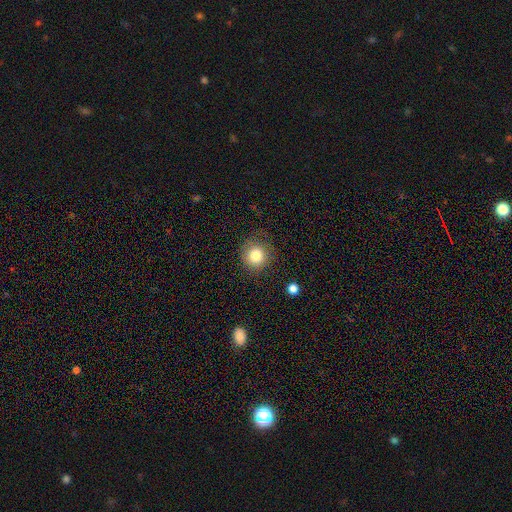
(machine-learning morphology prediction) Overall: smooth (82%). How rounded: round (91%). Merging: none (81%).